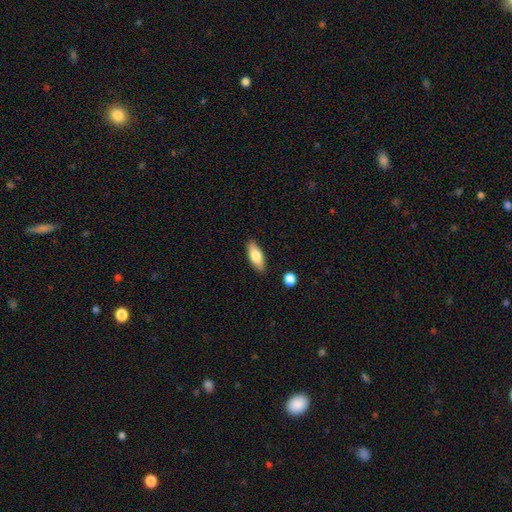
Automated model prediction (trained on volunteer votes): Smooth or featured: smooth — 76% (featured or disk — 18%)
How rounded: in between — 77% (cigar-shaped — 21%)
Merging: none — 86% (minor disturbance — 10%)